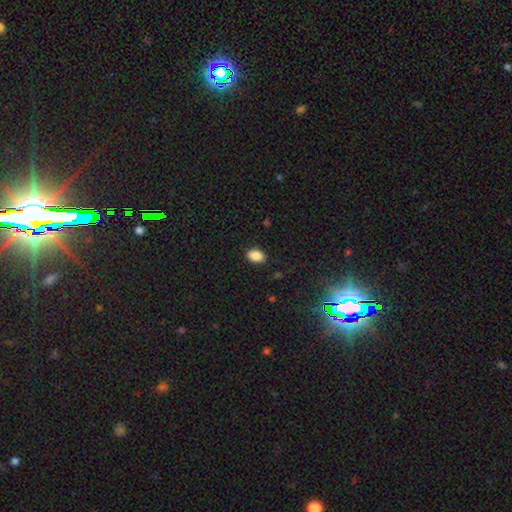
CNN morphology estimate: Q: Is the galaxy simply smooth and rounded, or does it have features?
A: smooth — 88%.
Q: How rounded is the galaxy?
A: in between — 85%.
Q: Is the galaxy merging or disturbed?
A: none — 89%.